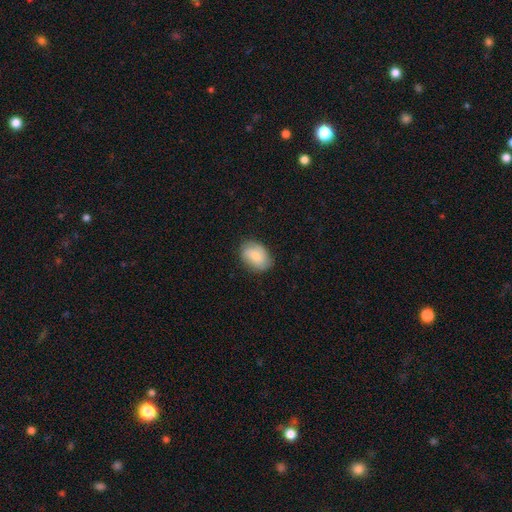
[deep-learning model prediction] Smooth or featured? Predicted: smooth (p=0.68). How rounded? Predicted: in between (p=0.77). Merging? Predicted: none (p=0.79).